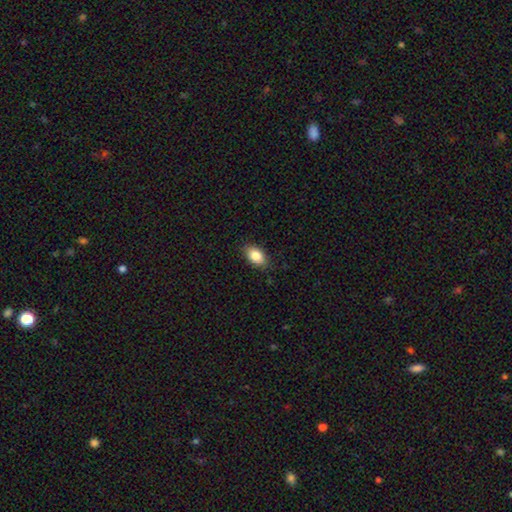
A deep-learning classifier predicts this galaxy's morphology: Smooth or featured? Predicted: smooth (p=0.84). How rounded? Predicted: in between (p=0.91). Merging? Predicted: none (p=0.86).